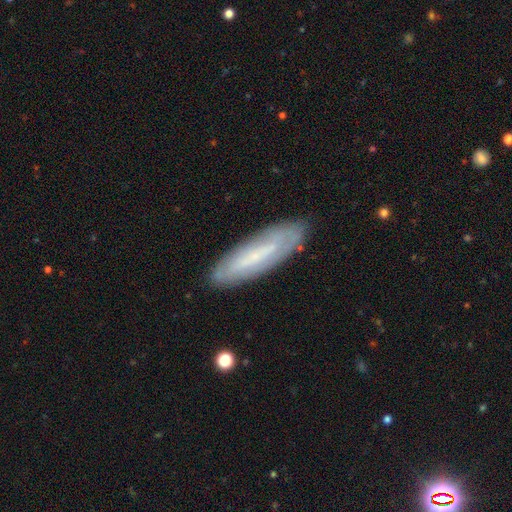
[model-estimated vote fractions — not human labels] Smooth or featured? Predicted: featured or disk (p=0.49). Merging? Predicted: none (p=0.82).